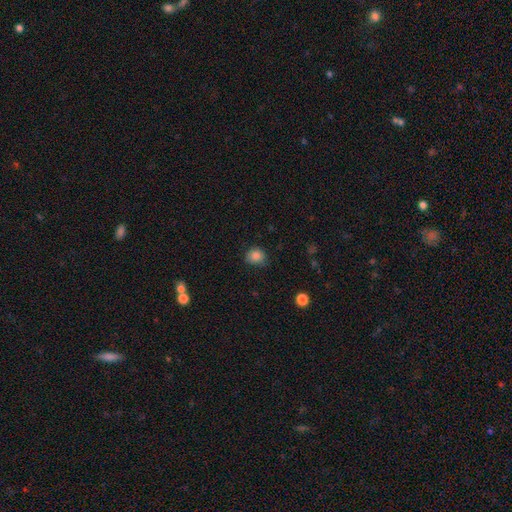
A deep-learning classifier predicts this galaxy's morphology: A smooth galaxy with no disk features (84%) that is round (77%). Merging: none (79%).